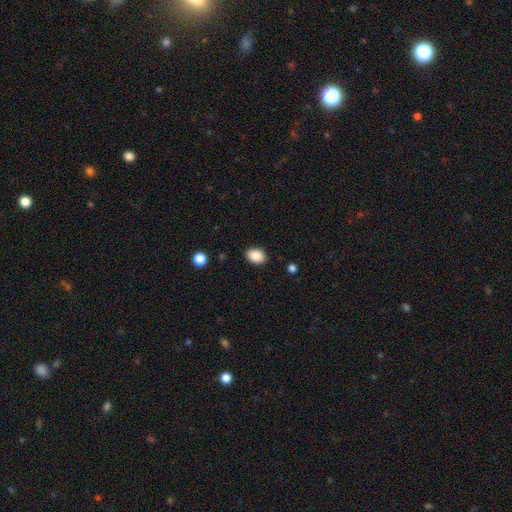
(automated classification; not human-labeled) This is clearly a smooth galaxy (87%). How rounded: likely in between (77%). Merging: clearly none (87%).